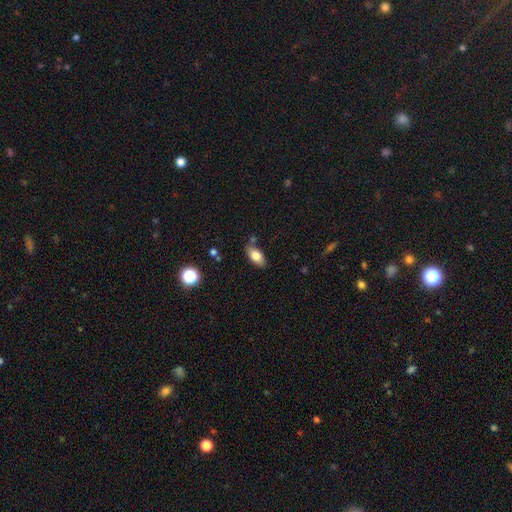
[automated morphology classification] A smooth galaxy with no disk features (77%) that is in between round and cigar-shaped (89%). Merging: none (77%).